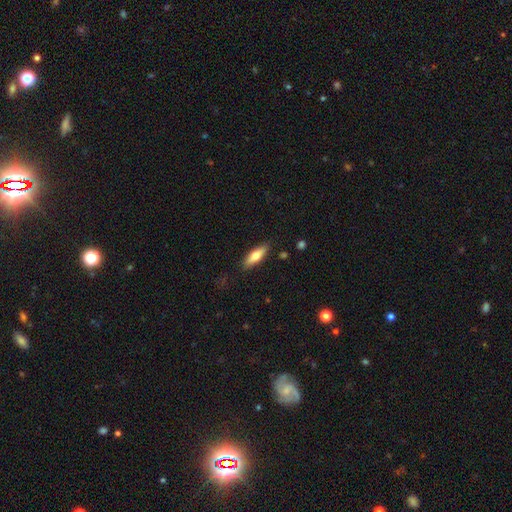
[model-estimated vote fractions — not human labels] This appears to be a smooth galaxy with no disk features (70%) that is in between round and cigar-shaped (52%). Merging: none (86%).